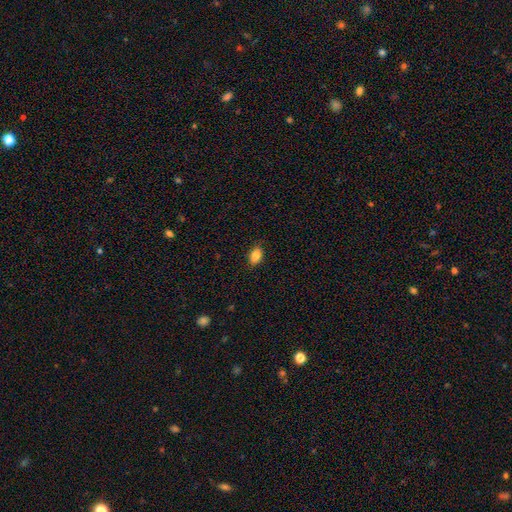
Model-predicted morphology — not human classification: Smooth or featured: smooth — 85% (star or artifact — 9%)
How rounded: in between — 86% (round — 13%)
Merging: none — 86% (minor disturbance — 11%)